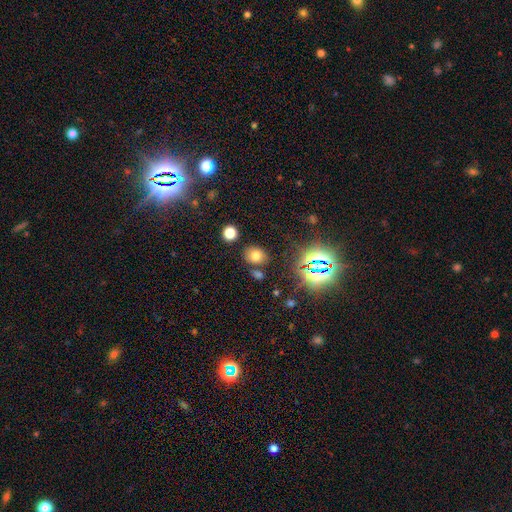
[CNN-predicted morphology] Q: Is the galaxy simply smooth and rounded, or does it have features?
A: smooth — 70%.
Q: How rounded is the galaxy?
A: in between — 50%.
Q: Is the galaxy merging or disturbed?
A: none — 76%.